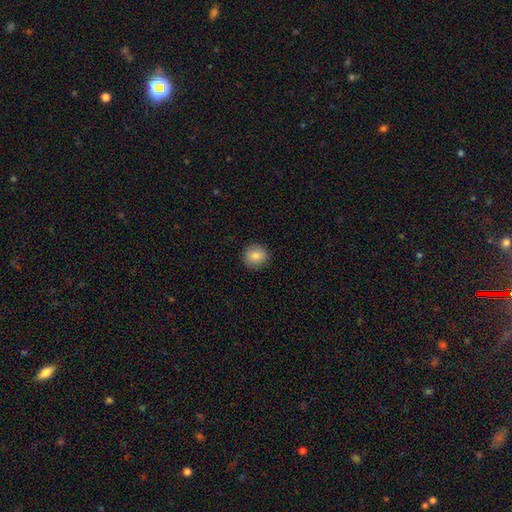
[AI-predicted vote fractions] smooth_or_featured: smooth (p=0.85) [alt: star or artifact p=0.09]
how_rounded: round (p=0.88) [alt: in between p=0.11]
merging: none (p=0.90) [alt: minor disturbance p=0.07]